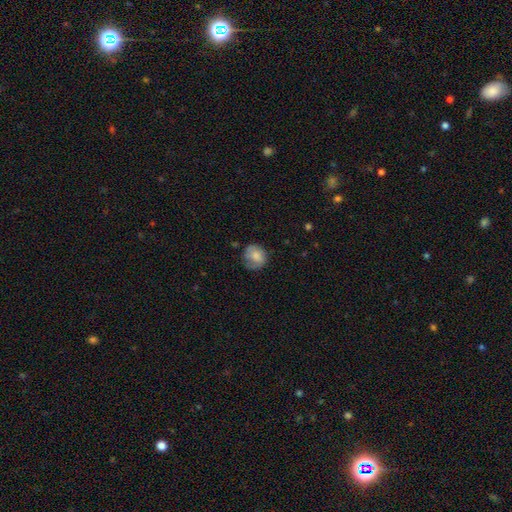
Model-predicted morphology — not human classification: This is likely a smooth galaxy (75%). How rounded: likely round (76%). Merging: possibly none (57%).